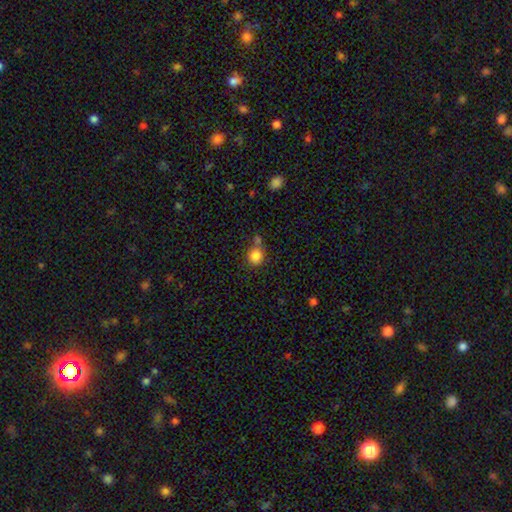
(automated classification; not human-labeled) smooth_or_featured: smooth (p=0.84) [alt: star or artifact p=0.10]
how_rounded: round (p=0.81) [alt: in between p=0.18]
merging: none (p=0.57) [alt: merger p=0.22]